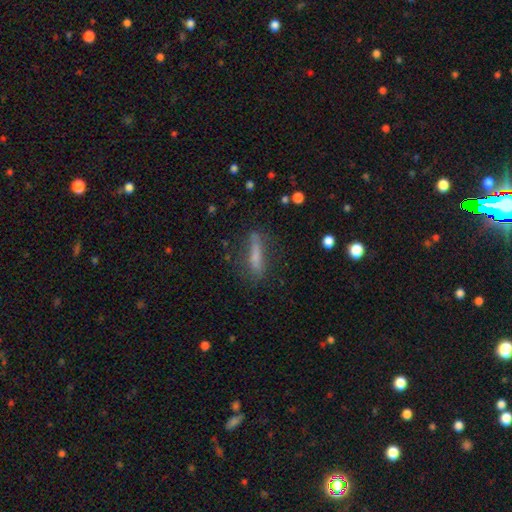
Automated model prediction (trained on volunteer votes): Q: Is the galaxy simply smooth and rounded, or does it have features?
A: smooth — 57%.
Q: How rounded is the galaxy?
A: cigar-shaped — 79%.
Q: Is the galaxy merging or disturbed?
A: none — 71%.